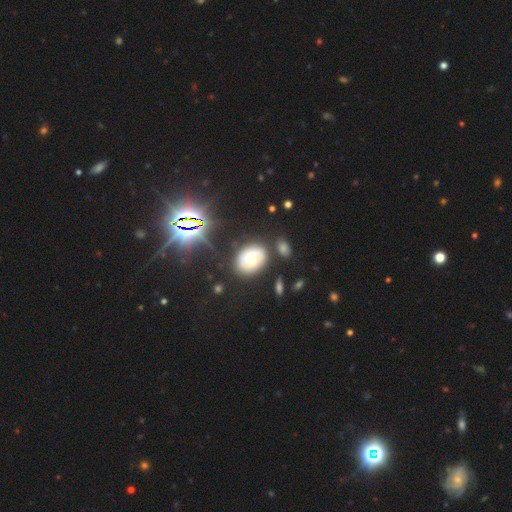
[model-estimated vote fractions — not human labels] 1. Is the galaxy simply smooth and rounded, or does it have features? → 46% featured or disk, 40% smooth, 13% star or artifact.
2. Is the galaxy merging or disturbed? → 77% none, 13% minor disturbance, 5% major disturbance, 5% merger.